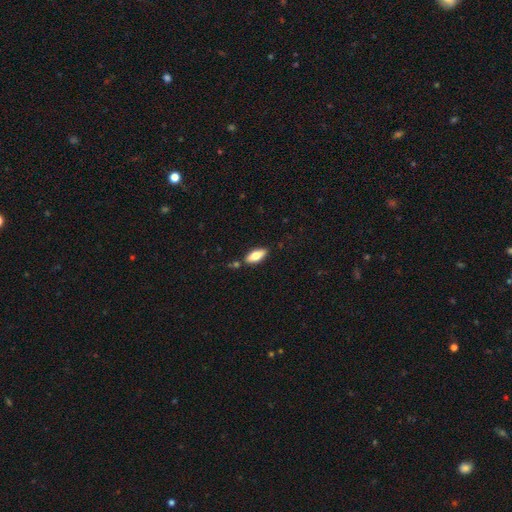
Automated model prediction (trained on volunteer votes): This appears to be a smooth galaxy with no disk features (71%) that is in between round and cigar-shaped (76%). Merging: none (80%).